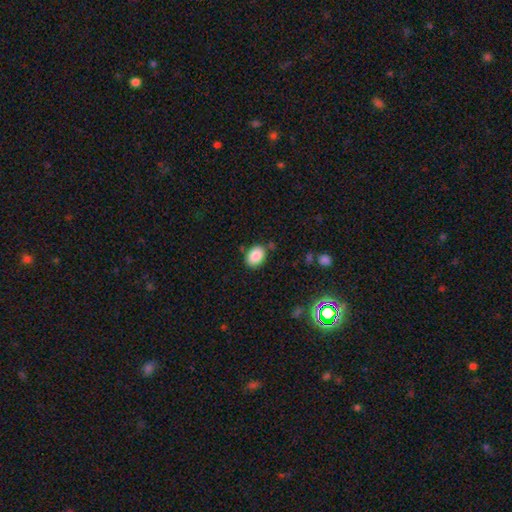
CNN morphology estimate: Q: Smooth or featured?
A: smooth (87%); runner-up: star or artifact (8%)
Q: How rounded?
A: in between (77%); runner-up: round (22%)
Q: Merging?
A: none (82%); runner-up: minor disturbance (12%)